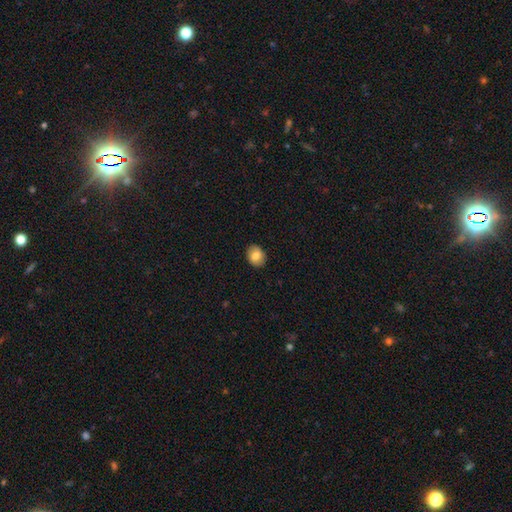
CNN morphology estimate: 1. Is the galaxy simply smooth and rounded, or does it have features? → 79% smooth, 13% featured or disk, 8% star or artifact.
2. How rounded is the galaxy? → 53% in between, 46% round, 1% cigar-shaped.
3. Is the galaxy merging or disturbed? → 89% none, 8% minor disturbance, 2% major disturbance, 1% merger.